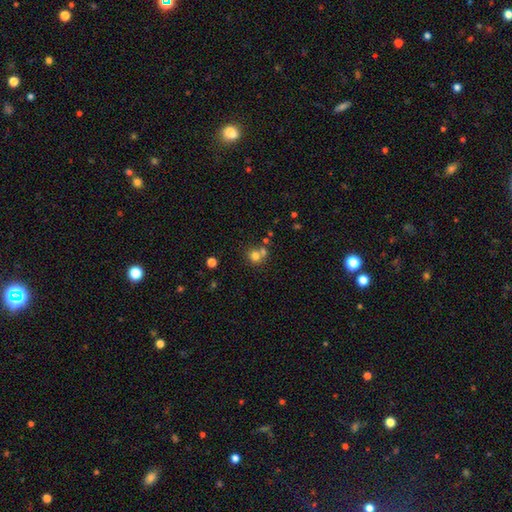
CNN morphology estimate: Smooth or featured?
  - smooth: 74% *
  - star or artifact: 15%
  - featured or disk: 11%
How rounded?
  - round: 86% *
  - in between: 13%
  - cigar-shaped: 1%
Merging?
  - none: 52% *
  - merger: 38%
  - minor disturbance: 7%
  - major disturbance: 3%